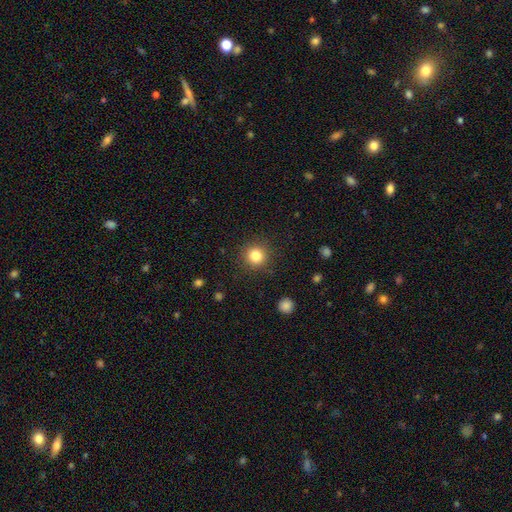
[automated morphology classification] Smooth or featured? smooth (82%)
How rounded? round (94%)
Merging? none (89%)